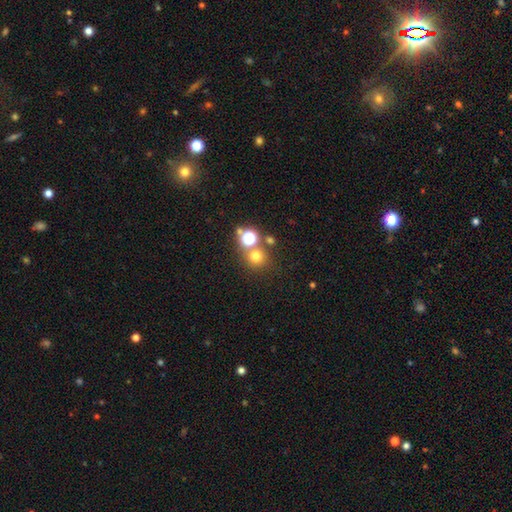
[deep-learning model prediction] Smooth or featured? Predicted: smooth (p=0.69). How rounded? Predicted: round (p=0.92). Merging? Predicted: none (p=0.69).